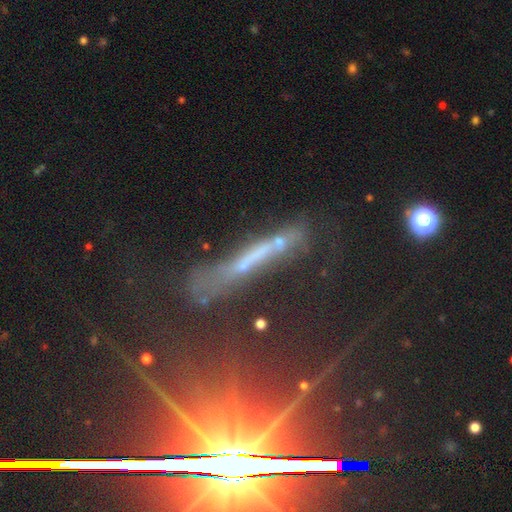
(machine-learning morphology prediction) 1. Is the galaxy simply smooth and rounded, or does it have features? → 43% featured or disk, 29% smooth, 27% star or artifact.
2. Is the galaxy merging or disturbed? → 57% none, 23% minor disturbance, 13% major disturbance, 7% merger.